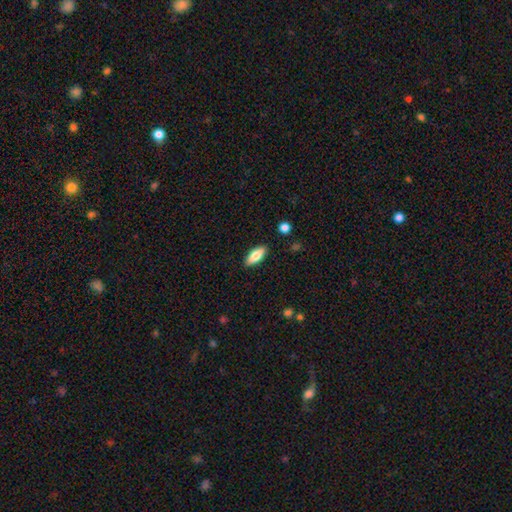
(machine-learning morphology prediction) Q: Smooth or featured?
A: smooth (75%); runner-up: featured or disk (18%)
Q: How rounded?
A: in between (74%); runner-up: cigar-shaped (24%)
Q: Merging?
A: none (88%); runner-up: minor disturbance (8%)